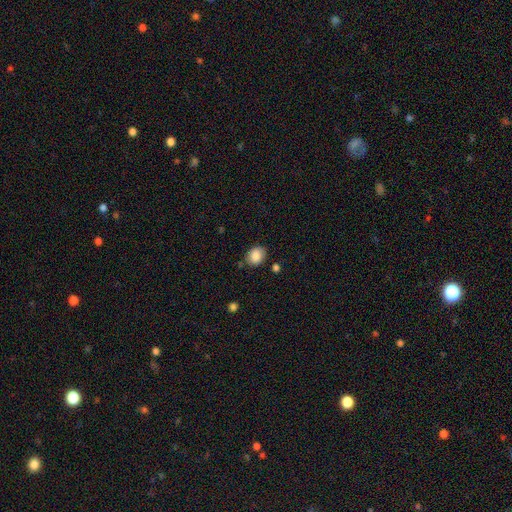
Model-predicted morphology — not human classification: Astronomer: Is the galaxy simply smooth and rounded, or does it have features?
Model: smooth — 86%.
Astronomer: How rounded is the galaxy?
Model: round — 51% (runner-up: in between, 48%).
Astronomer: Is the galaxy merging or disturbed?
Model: none — 78%.